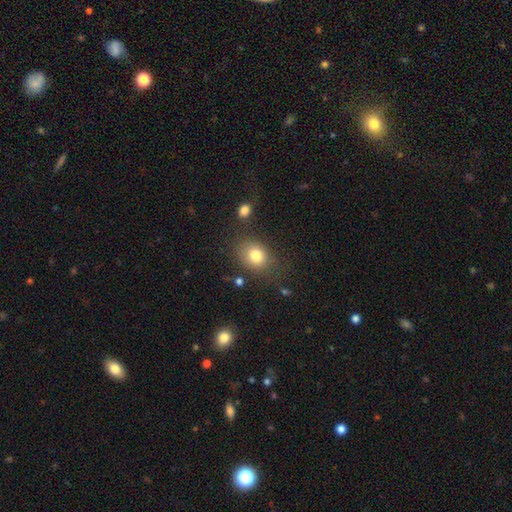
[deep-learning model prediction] smooth_or_featured: smooth (p=0.81) [alt: star or artifact p=0.10]
how_rounded: round (p=0.53) [alt: in between p=0.46]
merging: none (p=0.73) [alt: minor disturbance p=0.15]